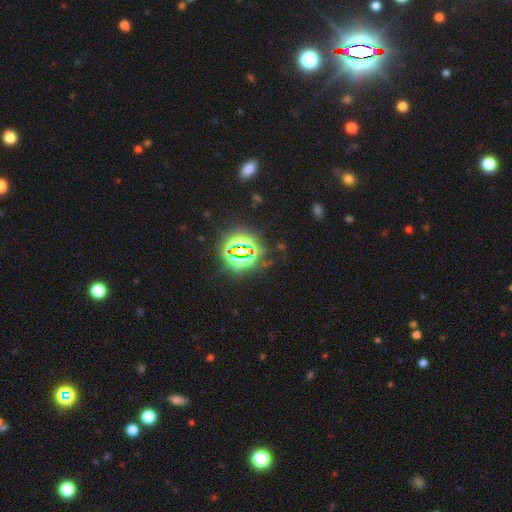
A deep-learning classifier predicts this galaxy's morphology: star or artifact 83%, smooth 11%, featured or disk 6%.